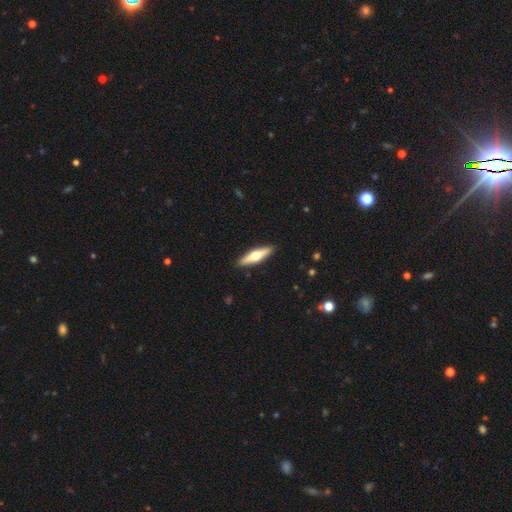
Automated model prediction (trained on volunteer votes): Smooth or featured? Predicted: featured or disk (p=0.53). Edge-on disk? Predicted: yes (p=0.93). Merging? Predicted: none (p=0.91).